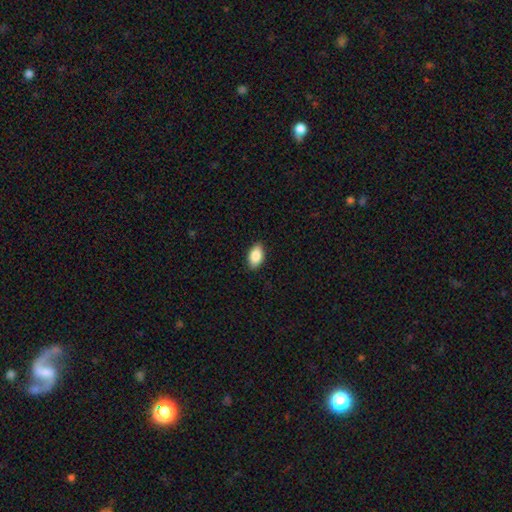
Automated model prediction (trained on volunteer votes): A smooth galaxy with no disk features (88%) that is in between round and cigar-shaped (93%).

Vote fractions:
- Smooth or featured? smooth: 88% / star or artifact: 7% / featured or disk: 5%
- How rounded? in between: 93% / round: 6% / cigar-shaped: 2%
- Merging? none: 89% / minor disturbance: 8% / major disturbance: 2% / merger: 1%